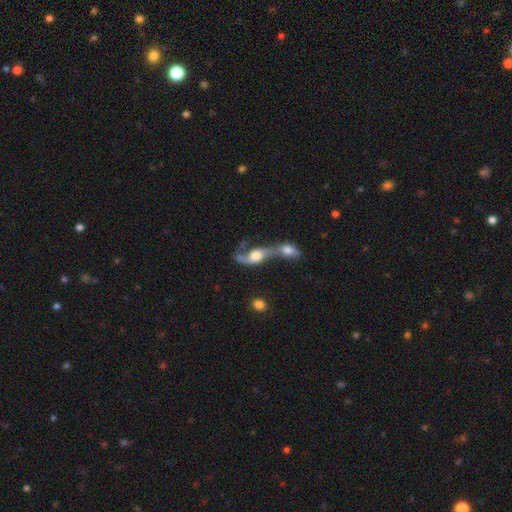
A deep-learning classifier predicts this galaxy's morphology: Smooth or featured?
  - featured or disk: 67% *
  - smooth: 25%
  - star or artifact: 8%
Edge-on disk?
  - no: 90% *
  - yes: 10%
Bar?
  - no: 66% *
  - weak: 26%
  - strong: 7%
Spiral arms?
  - yes: 84% *
  - no: 16%
Spiral winding?
  - loose: 75% *
  - medium: 19%
  - tight: 6%
Spiral arm count?
  - 2: 77% *
  - 1: 15%
  - can't tell: 5%
  - 3: 1%
  - 4: 1%
  - more than 4: 1%
Bulge size?
  - large: 43% *
  - moderate: 39%
  - small: 8%
  - dominant: 5%
  - none: 5%
Merging?
  - merger: 79% *
  - none: 9%
  - major disturbance: 7%
  - minor disturbance: 4%